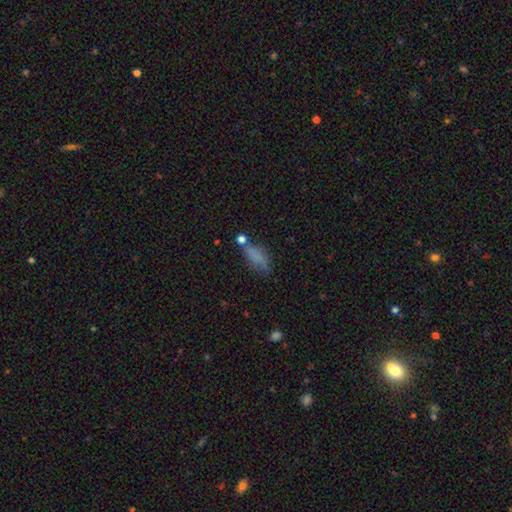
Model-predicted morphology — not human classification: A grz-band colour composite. It shows a smooth galaxy with no disk features (70%) that is in between round and cigar-shaped (73%). Merging: none (48%).